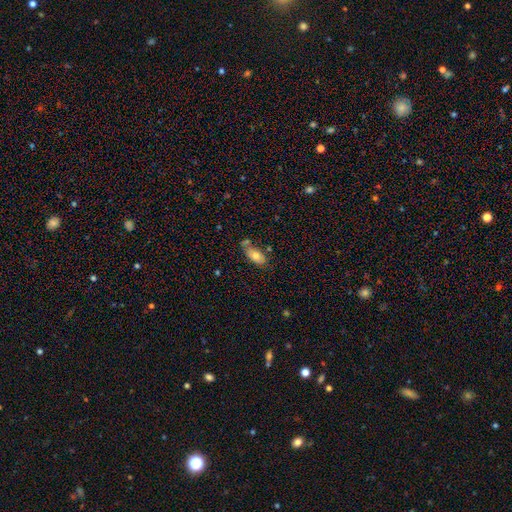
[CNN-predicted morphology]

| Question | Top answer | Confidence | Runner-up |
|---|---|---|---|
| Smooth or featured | smooth | 73% | featured or disk (20%) |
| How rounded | in between | 90% | cigar-shaped (7%) |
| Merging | none | 53% | minor disturbance (22%) |